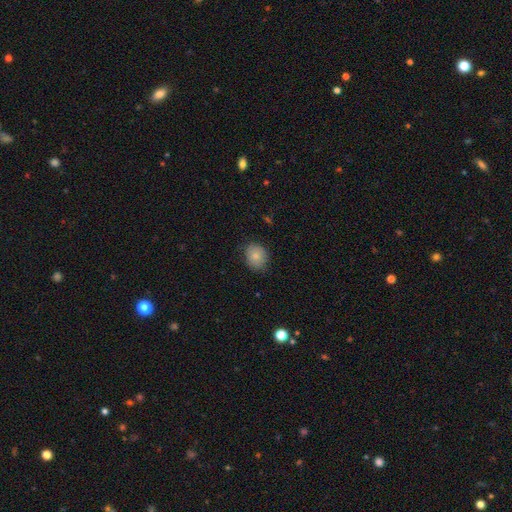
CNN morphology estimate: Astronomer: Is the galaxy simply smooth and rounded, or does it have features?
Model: smooth — 81%.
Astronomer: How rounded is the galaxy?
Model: round — 61% (runner-up: in between, 38%).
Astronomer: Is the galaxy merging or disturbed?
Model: none — 79%.